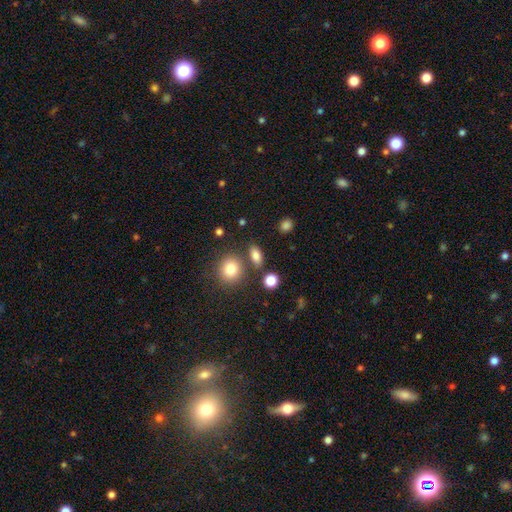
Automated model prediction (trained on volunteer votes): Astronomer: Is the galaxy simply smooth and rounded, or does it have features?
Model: smooth — 82%.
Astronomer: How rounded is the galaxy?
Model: in between — 71%.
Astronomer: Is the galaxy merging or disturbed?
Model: none — 76%.